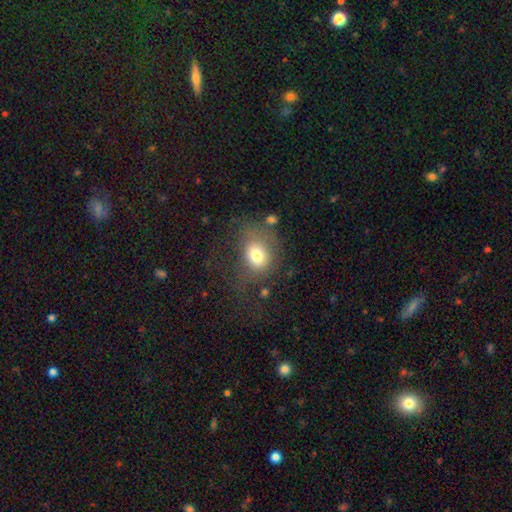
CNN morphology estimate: Smooth or featured: smooth — 74% (featured or disk — 15%)
How rounded: round — 53% (in between — 46%)
Merging: none — 46% (major disturbance — 26%)